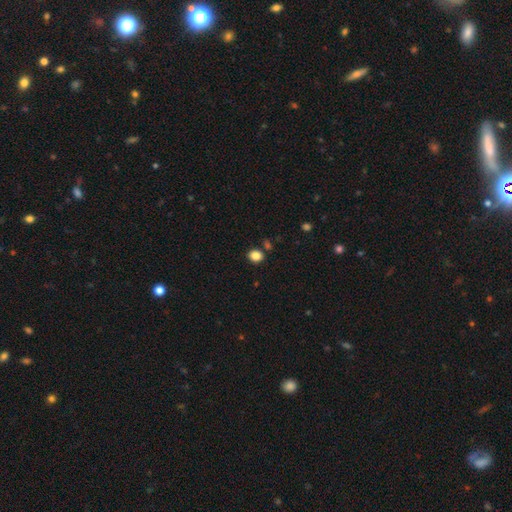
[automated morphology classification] type=smooth (85%); roundness=round (58%); merging=none (83%).